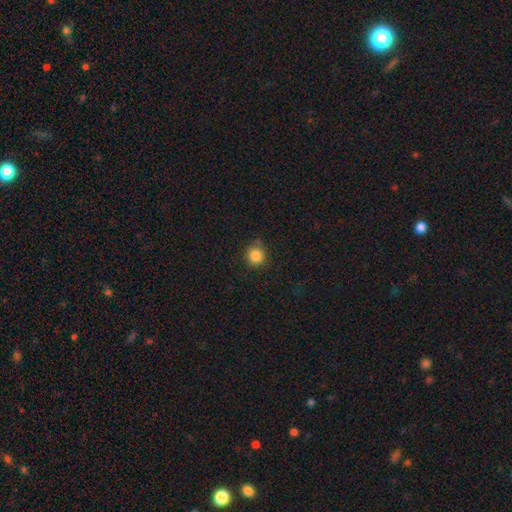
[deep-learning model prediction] Morphology: type=smooth (85%); roundness=round (92%); merging=none (82%).